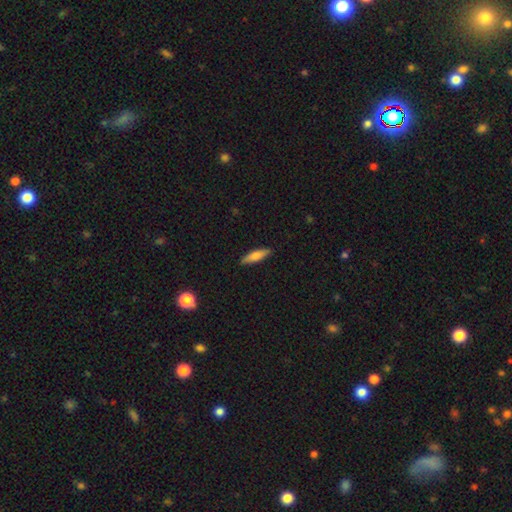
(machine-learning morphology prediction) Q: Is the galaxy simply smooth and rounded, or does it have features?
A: smooth — 68%.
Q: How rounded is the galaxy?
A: cigar-shaped — 67%.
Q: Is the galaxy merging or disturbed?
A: none — 89%.